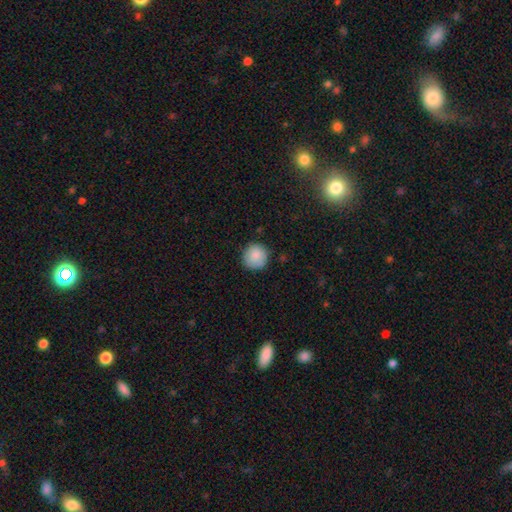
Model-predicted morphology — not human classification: The model was most divided on "merging": none: 85%, minor disturbance: 11%, major disturbance: 2%, merger: 1%. More confident: how rounded — round (94%); smooth or featured — smooth (87%).